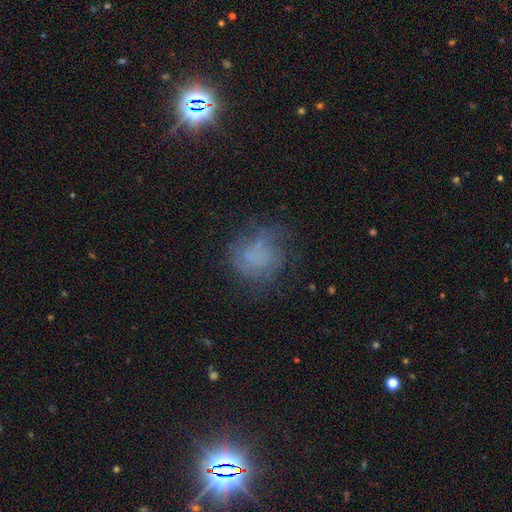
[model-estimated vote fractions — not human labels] Smooth or featured: smooth — 46% (featured or disk — 32%)
Merging: none — 58% (minor disturbance — 22%)